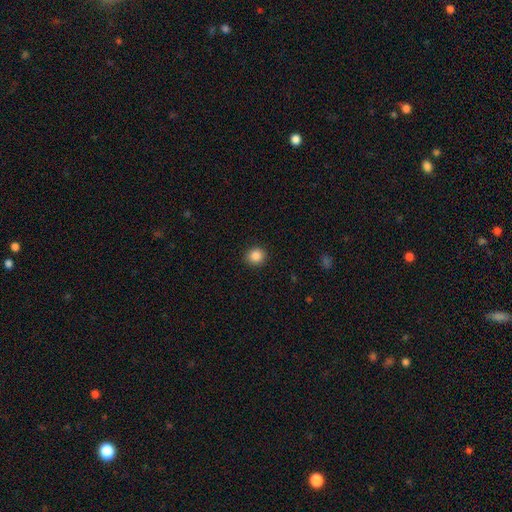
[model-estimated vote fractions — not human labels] smooth_or_featured: smooth (p=0.87) [alt: star or artifact p=0.10]
how_rounded: round (p=0.90) [alt: in between p=0.09]
merging: none (p=0.92) [alt: minor disturbance p=0.05]